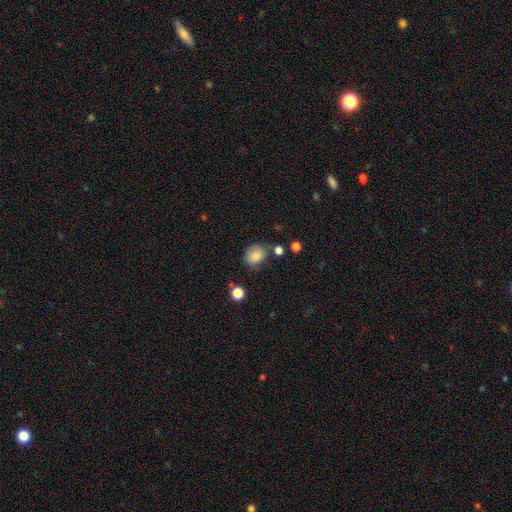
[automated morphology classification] Smooth or featured: smooth — 83% (star or artifact — 9%)
How rounded: round — 54% (in between — 45%)
Merging: none — 61% (minor disturbance — 24%)